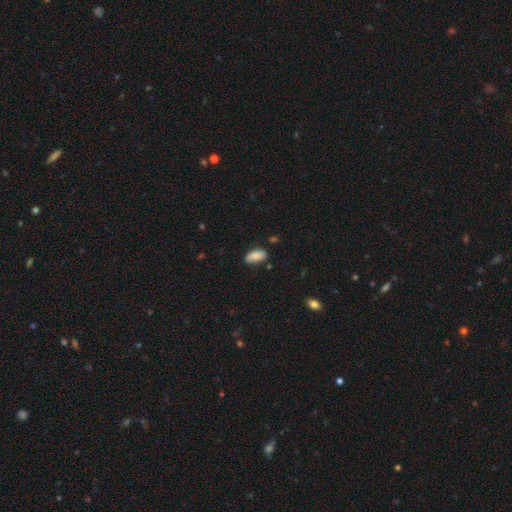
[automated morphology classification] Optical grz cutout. It shows a smooth galaxy with no disk features (86%) that is in between round and cigar-shaped (91%). Merging: none (68%).